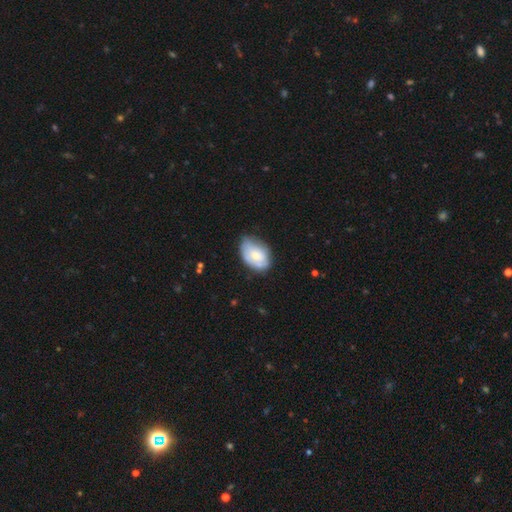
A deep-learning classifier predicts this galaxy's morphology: This appears to be a smooth galaxy with no disk features (58%) that is in between round and cigar-shaped (85%). Merging: none (56%).